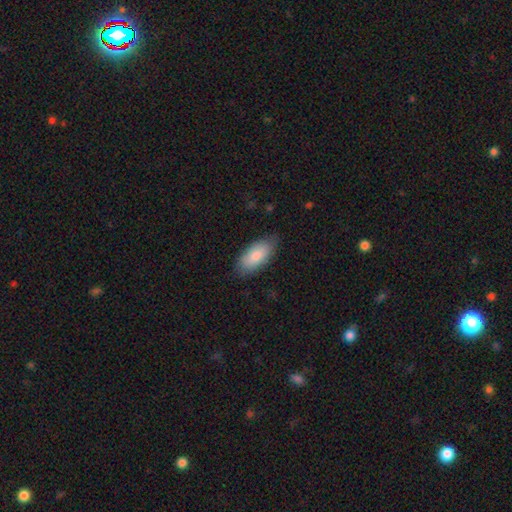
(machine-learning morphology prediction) A smooth galaxy with no disk features (84%) that is in between round and cigar-shaped (90%). Merging: none (80%).